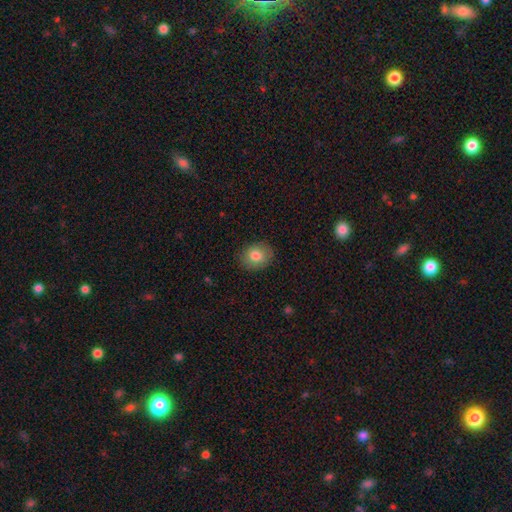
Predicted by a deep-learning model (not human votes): A smooth galaxy with no disk features (82%) that is round (61%). Merging: none (88%).